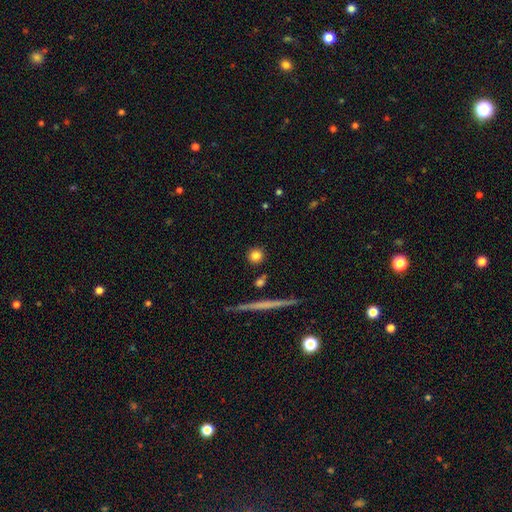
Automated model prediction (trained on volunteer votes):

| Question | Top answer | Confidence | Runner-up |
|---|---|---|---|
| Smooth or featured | smooth | 81% | star or artifact (10%) |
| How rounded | round | 93% | in between (5%) |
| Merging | none | 87% | minor disturbance (7%) |